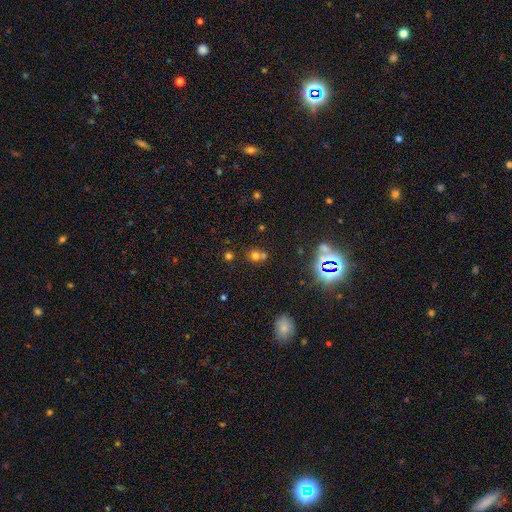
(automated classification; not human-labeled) smooth_or_featured: smooth (p=0.61) [alt: star or artifact p=0.27]
how_rounded: round (p=0.78) [alt: in between p=0.21]
merging: none (p=0.51) [alt: merger p=0.37]